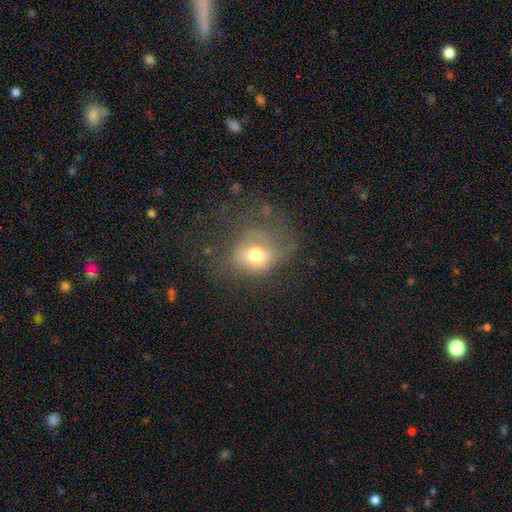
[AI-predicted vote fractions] Smooth or featured?
  - smooth: 65% *
  - featured or disk: 21%
  - star or artifact: 14%
How rounded?
  - round: 65% *
  - in between: 33%
  - cigar-shaped: 1%
Merging?
  - none: 43% *
  - major disturbance: 30%
  - minor disturbance: 25%
  - merger: 3%